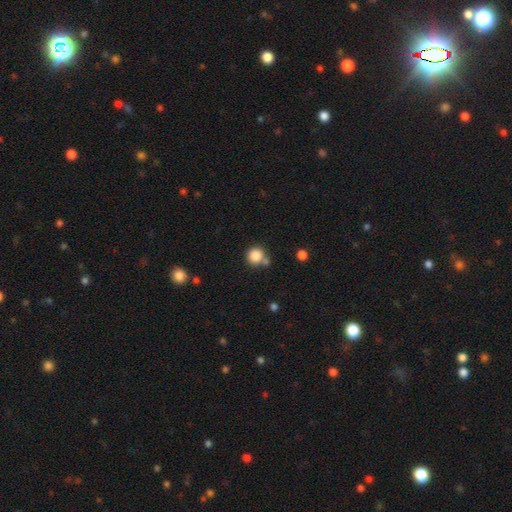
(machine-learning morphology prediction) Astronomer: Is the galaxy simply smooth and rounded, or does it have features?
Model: smooth — 85%.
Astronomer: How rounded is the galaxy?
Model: round — 92%.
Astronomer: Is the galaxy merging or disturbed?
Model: none — 64%.